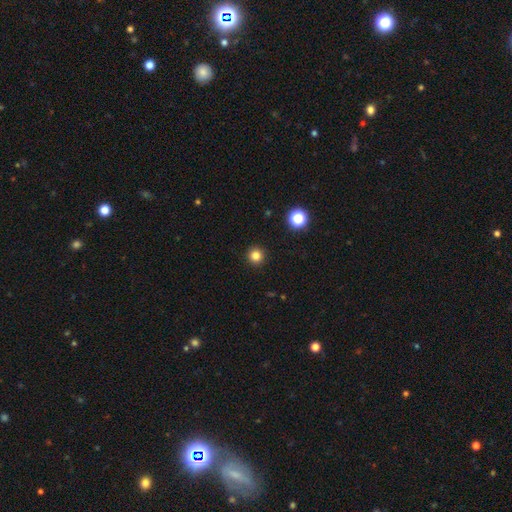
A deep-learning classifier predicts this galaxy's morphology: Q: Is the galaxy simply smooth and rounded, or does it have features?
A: smooth — 82%.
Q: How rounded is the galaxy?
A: round — 96%.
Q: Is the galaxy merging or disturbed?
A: none — 93%.